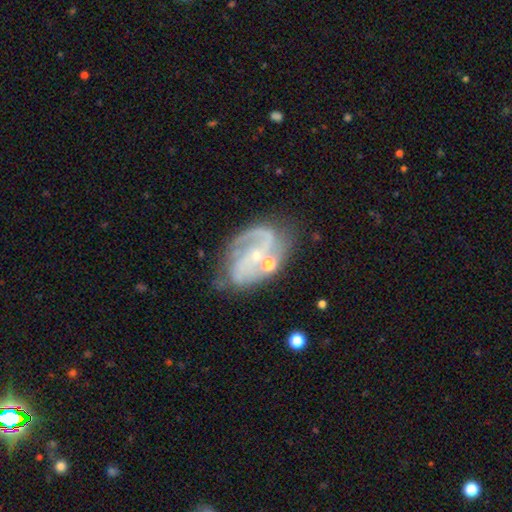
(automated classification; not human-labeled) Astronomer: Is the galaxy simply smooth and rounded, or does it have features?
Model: featured or disk — 82%.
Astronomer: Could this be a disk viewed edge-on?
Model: no — 97%.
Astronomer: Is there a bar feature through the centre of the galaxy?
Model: no — 51% (runner-up: weak, 37%).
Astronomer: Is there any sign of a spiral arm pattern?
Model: yes — 92%.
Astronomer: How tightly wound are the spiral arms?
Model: medium — 46% (runner-up: tight, 28%).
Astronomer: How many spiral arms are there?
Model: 2 — 61%.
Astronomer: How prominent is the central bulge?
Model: small — 66%.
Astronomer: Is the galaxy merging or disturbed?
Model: none — 53%.